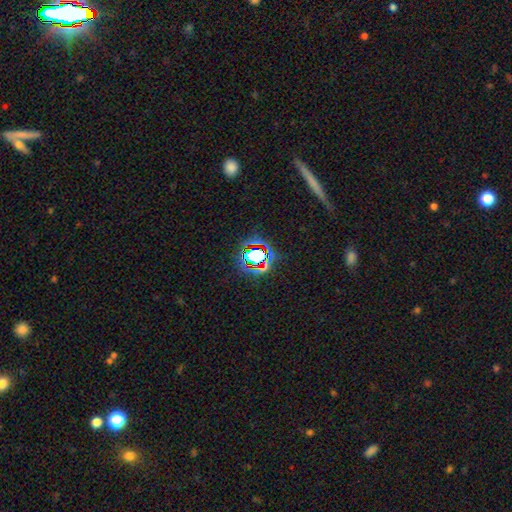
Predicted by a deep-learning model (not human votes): Smooth or featured? Predicted: star or artifact (p=0.66).